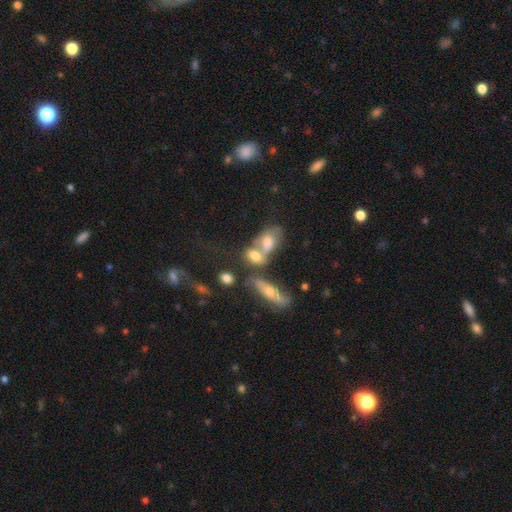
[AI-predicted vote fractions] A smooth galaxy with no disk features (56%) that is in between round and cigar-shaped (75%). Merging: merger (53%).